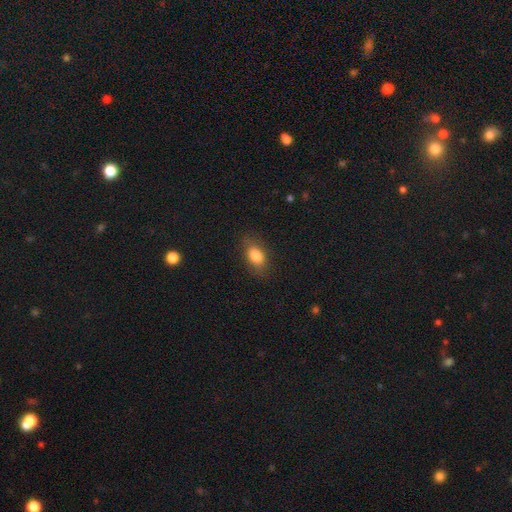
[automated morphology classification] smooth-or-featured: smooth: 83% | featured or disk: 9% | star or artifact: 8%
  how-rounded: in between: 85% | round: 12% | cigar-shaped: 3%
  merging: none: 79% | minor disturbance: 15% | major disturbance: 5% | merger: 1%